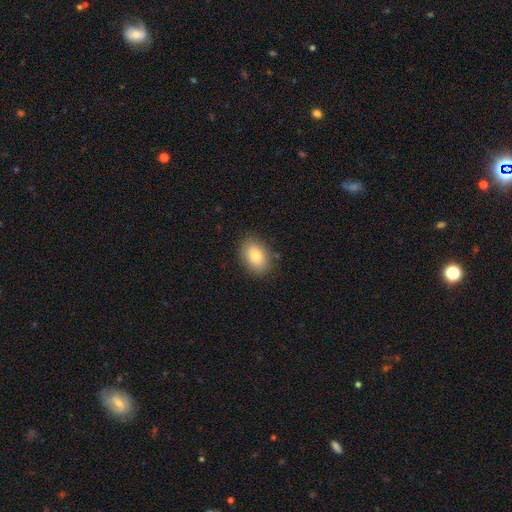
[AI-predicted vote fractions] This appears to be a smooth galaxy with no disk features (80%) that is in between round and cigar-shaped (81%). Merging: none (86%).